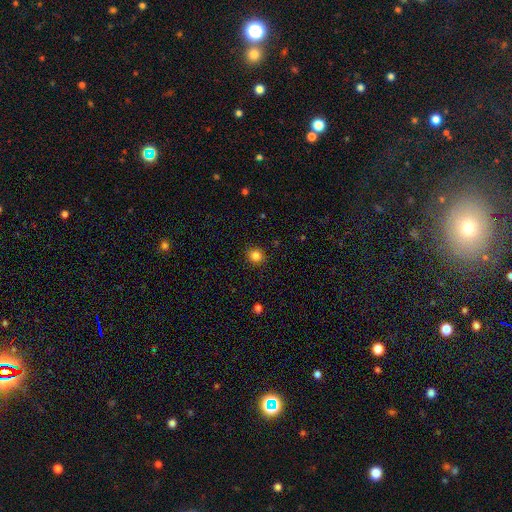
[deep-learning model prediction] A smooth galaxy with no disk features (83%) that is round (88%).

Vote fractions:
- Smooth or featured? smooth: 83% / star or artifact: 12% / featured or disk: 5%
- How rounded? round: 88% / in between: 11% / cigar-shaped: 1%
- Merging? none: 90% / minor disturbance: 7% / major disturbance: 2% / merger: 1%